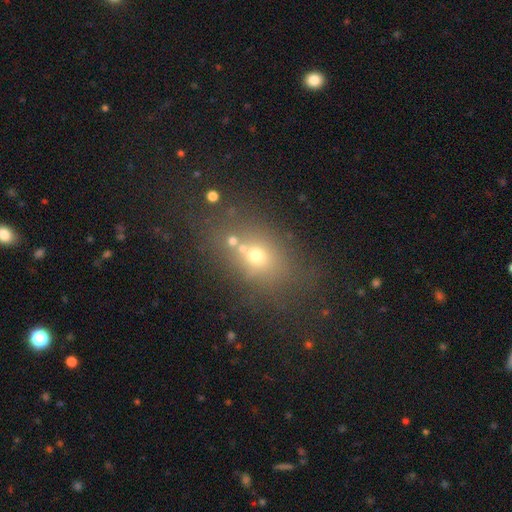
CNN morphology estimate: A smooth galaxy with no disk features (55%) that is in between round and cigar-shaped (56%).

Vote fractions:
- Smooth or featured? smooth: 55% / star or artifact: 24% / featured or disk: 20%
- How rounded? in between: 56% / round: 40% / cigar-shaped: 3%
- Merging? none: 52% / merger: 29% / minor disturbance: 12% / major disturbance: 7%